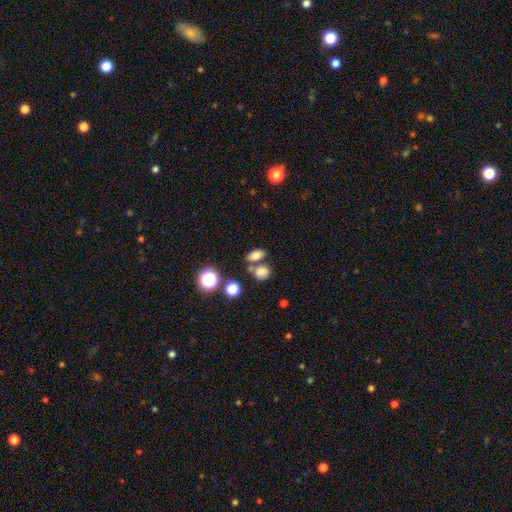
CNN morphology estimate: Smooth or featured: smooth — 75% (star or artifact — 15%)
How rounded: in between — 75% (round — 21%)
Merging: none — 62% (merger — 23%)